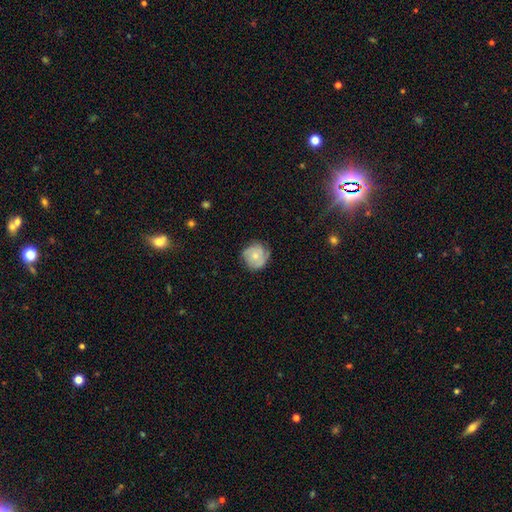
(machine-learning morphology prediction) Smooth or featured? featured or disk (54%)
Edge-on disk? no (97%)
Bar? no (82%)
Spiral arms? yes (83%)
Bulge size? small (51%)
Merging? none (69%)